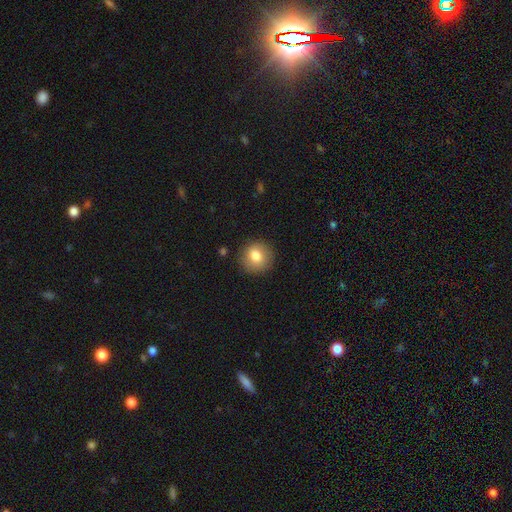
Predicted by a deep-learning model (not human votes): smooth-or-featured: smooth: 81% | featured or disk: 11% | star or artifact: 9%
  how-rounded: round: 90% | in between: 9% | cigar-shaped: 1%
  merging: none: 88% | minor disturbance: 8% | major disturbance: 2% | merger: 1%